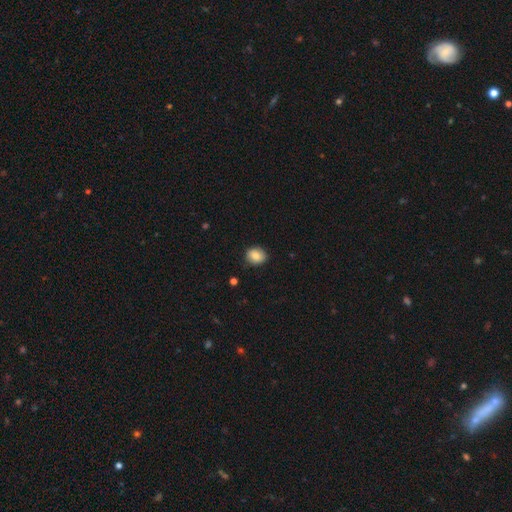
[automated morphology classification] A smooth galaxy with no disk features (84%) that is round (61%).

Vote fractions:
- Smooth or featured? smooth: 84% / star or artifact: 8% / featured or disk: 7%
- How rounded? round: 61% / in between: 38% / cigar-shaped: 1%
- Merging? none: 83% / minor disturbance: 13% / major disturbance: 3% / merger: 1%